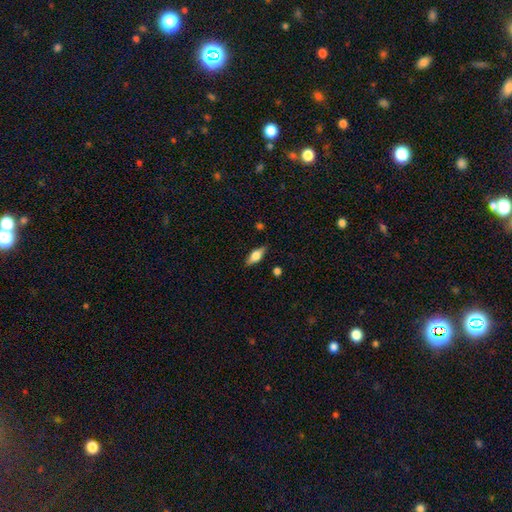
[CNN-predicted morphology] Overall: smooth (59%; featured or disk 34%). How rounded: in between (74%). Merging: none (84%).